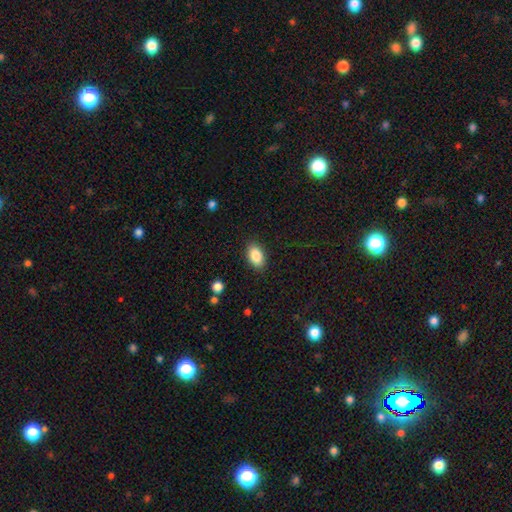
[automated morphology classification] Smooth or featured? smooth (87%)
How rounded? in between (91%)
Merging? none (88%)